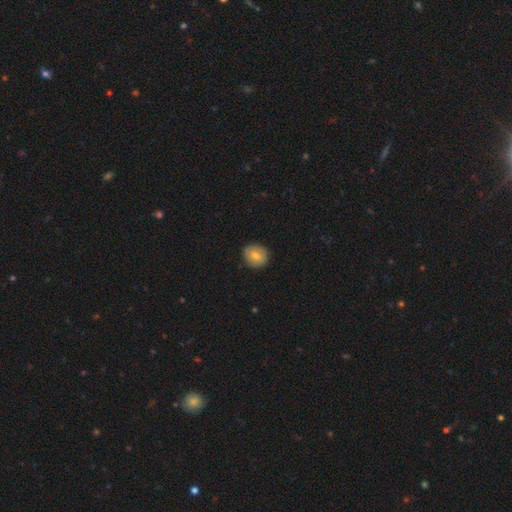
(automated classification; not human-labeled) A smooth galaxy with no disk features (73%) that is round (80%). Merging: none (85%).